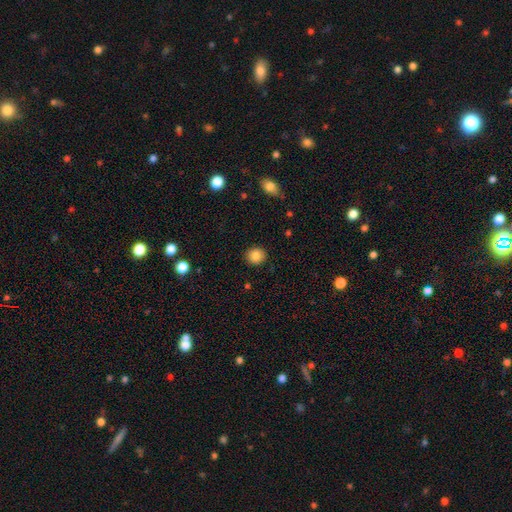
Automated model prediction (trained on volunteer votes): The model was most divided on "how rounded": round: 84%, in between: 15%, cigar-shaped: 1%. More confident: merging — none (90%); smooth or featured — smooth (86%).